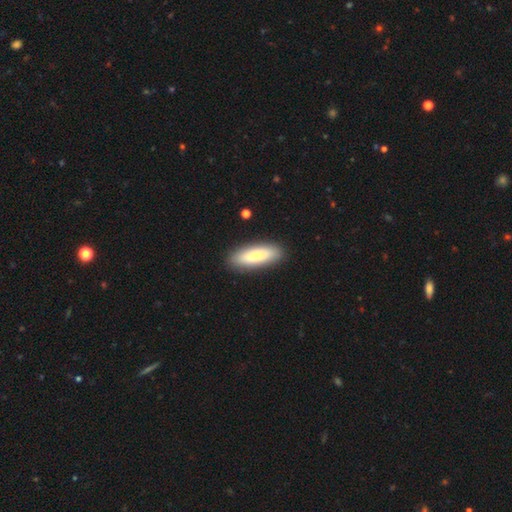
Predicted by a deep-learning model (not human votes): Q: Smooth or featured?
A: smooth (75%); runner-up: featured or disk (19%)
Q: How rounded?
A: in between (58%); runner-up: cigar-shaped (39%)
Q: Merging?
A: none (89%); runner-up: minor disturbance (7%)